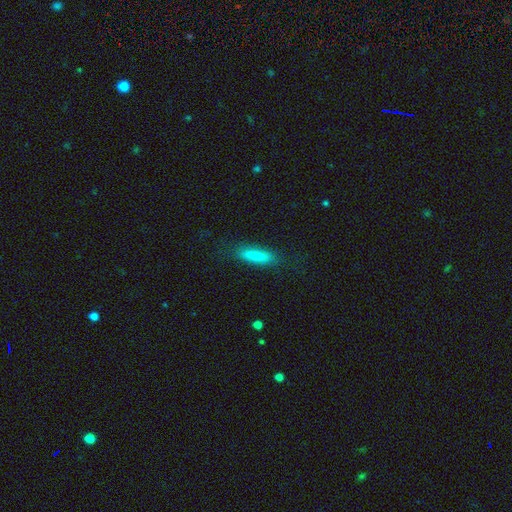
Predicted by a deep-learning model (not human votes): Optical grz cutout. It shows a smooth galaxy with no disk features (80%) that is cigar-shaped (68%). Merging: none (82%).